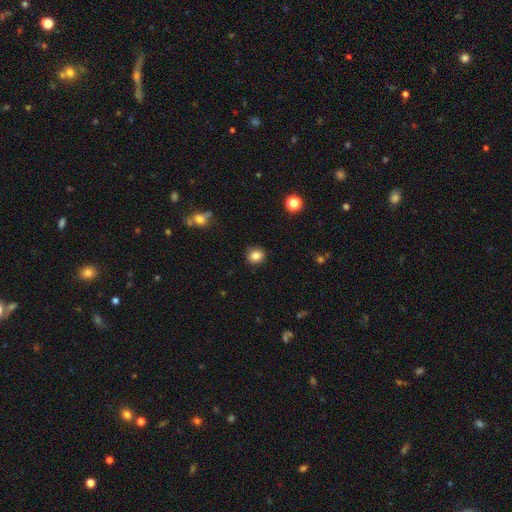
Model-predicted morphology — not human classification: type=smooth (84%); roundness=round (80%); merging=none (89%).